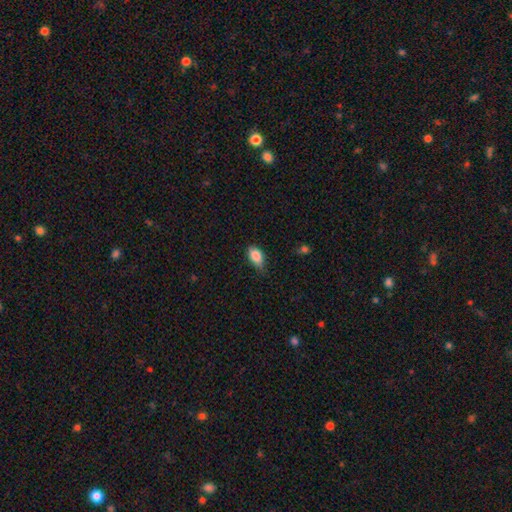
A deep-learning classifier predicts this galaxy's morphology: Smooth or featured? Predicted: smooth (p=0.86). How rounded? Predicted: in between (p=0.89). Merging? Predicted: none (p=0.65).